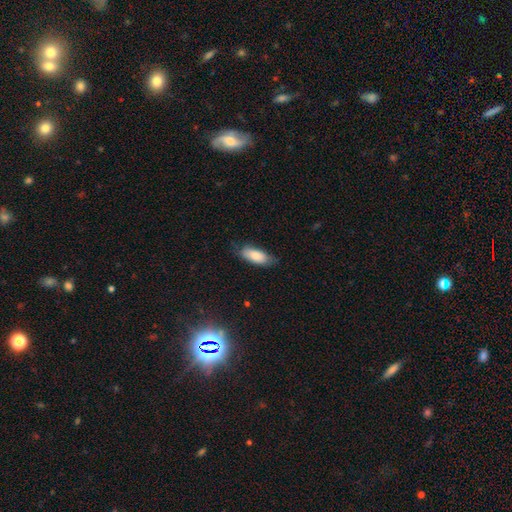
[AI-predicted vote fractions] Q: Smooth or featured?
A: smooth (83%); runner-up: featured or disk (11%)
Q: How rounded?
A: in between (80%); runner-up: cigar-shaped (18%)
Q: Merging?
A: none (72%); runner-up: minor disturbance (22%)